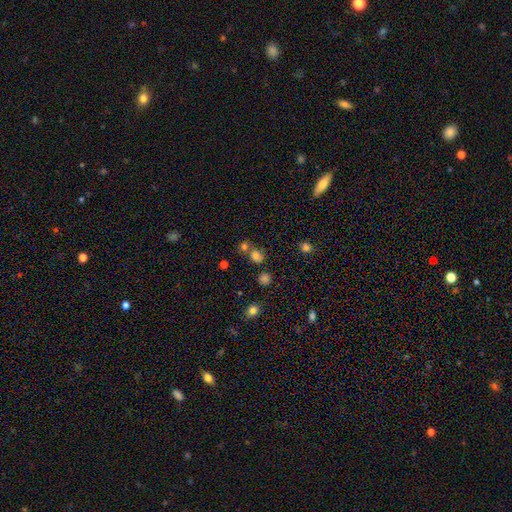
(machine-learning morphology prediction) smooth_or_featured: smooth (p=0.72) [alt: star or artifact p=0.21]
how_rounded: round (p=0.68) [alt: in between p=0.30]
merging: none (p=0.57) [alt: merger p=0.28]